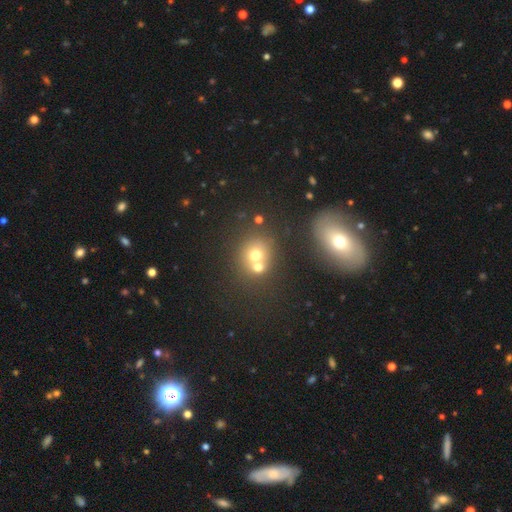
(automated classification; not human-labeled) Smooth or featured? smooth (66%)
How rounded? round (79%)
Merging? merger (53%)